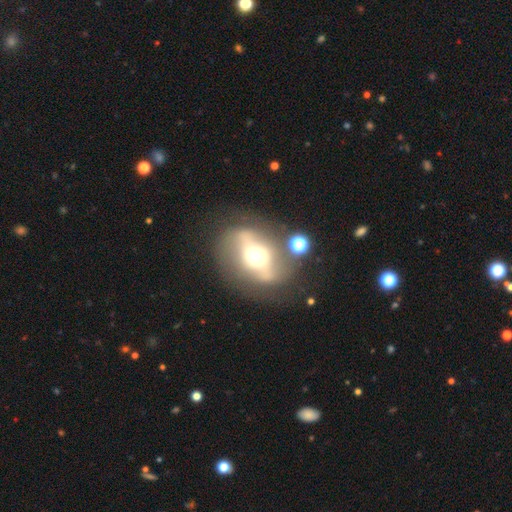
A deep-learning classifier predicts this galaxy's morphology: smooth_or_featured: featured or disk (p=0.64) [alt: smooth p=0.26]
disk_edge_on: no (p=0.81) [alt: yes p=0.19]
bar: strong (p=0.51) [alt: weak p=0.25]
has_spiral_arms: no (p=0.64) [alt: yes p=0.36]
bulge_size: moderate (p=0.53) [alt: large p=0.33]
merging: none (p=0.67) [alt: minor disturbance p=0.16]